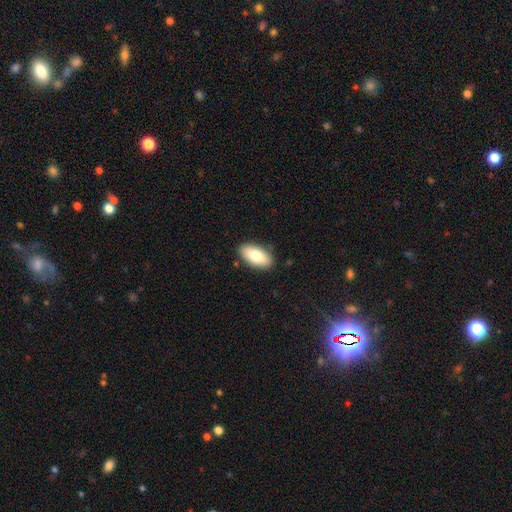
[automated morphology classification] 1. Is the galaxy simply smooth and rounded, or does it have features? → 78% smooth, 16% featured or disk, 6% star or artifact.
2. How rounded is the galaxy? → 93% in between, 4% cigar-shaped, 3% round.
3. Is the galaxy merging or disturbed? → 86% none, 10% minor disturbance, 2% major disturbance, 1% merger.